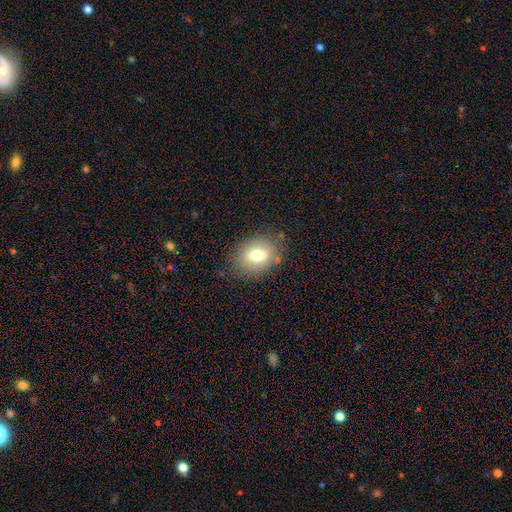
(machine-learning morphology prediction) A smooth galaxy with no disk features (72%) that is in between round and cigar-shaped (73%). Merging: none (82%).